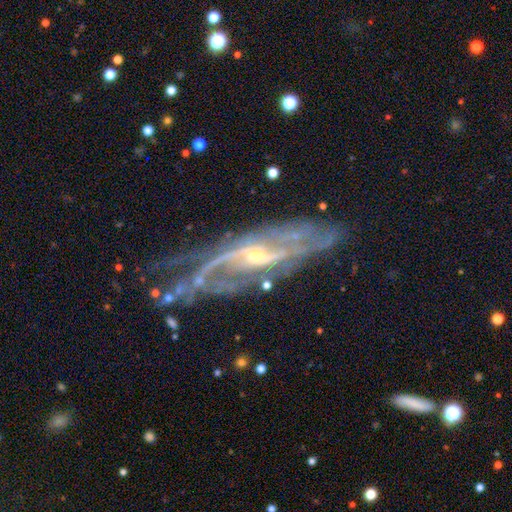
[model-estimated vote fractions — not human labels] This is clearly a featured or disk galaxy (87%). It is clearly not viewed edge-on (82%). Bar: marginally weak (41%). Spiral arm pattern: clearly yes (93%). Spiral arm count: possibly 2 (48%). Spiral winding: marginally medium (41%). Central bulge: likely small (69%). Merging: possibly none (58%).